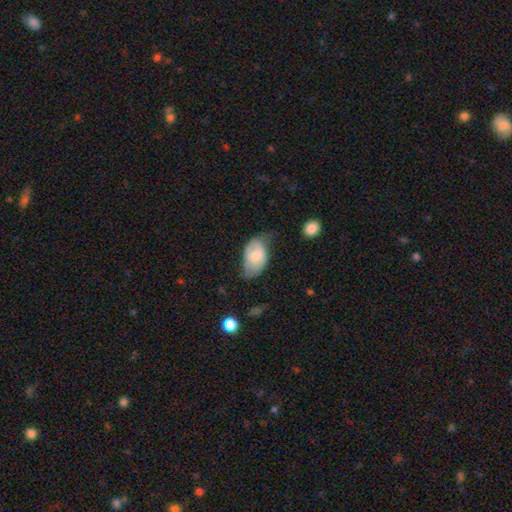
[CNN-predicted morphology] smooth 62%, featured or disk 31%, star or artifact 6%. Down the decision tree: how rounded — in between (92%); merging — minor disturbance (43%).